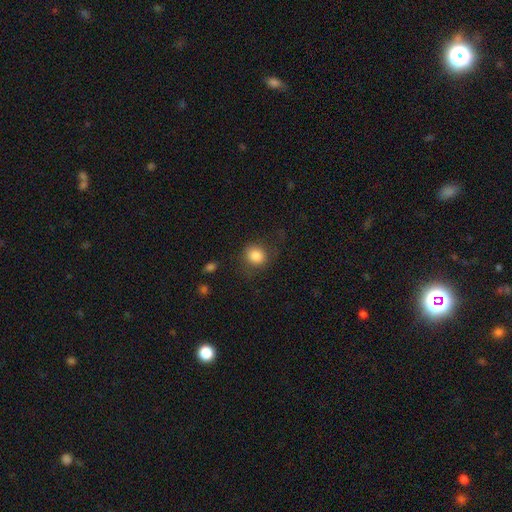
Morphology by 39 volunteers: This is clearly a smooth galaxy (87%). How rounded: likely round (62%). Merging: likely none (63%).